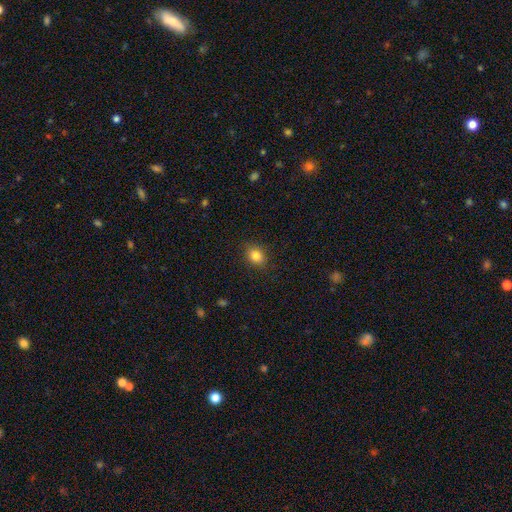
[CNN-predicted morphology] Q: Smooth or featured?
A: smooth (83%); runner-up: star or artifact (11%)
Q: How rounded?
A: in between (52%); runner-up: round (47%)
Q: Merging?
A: none (87%); runner-up: minor disturbance (9%)